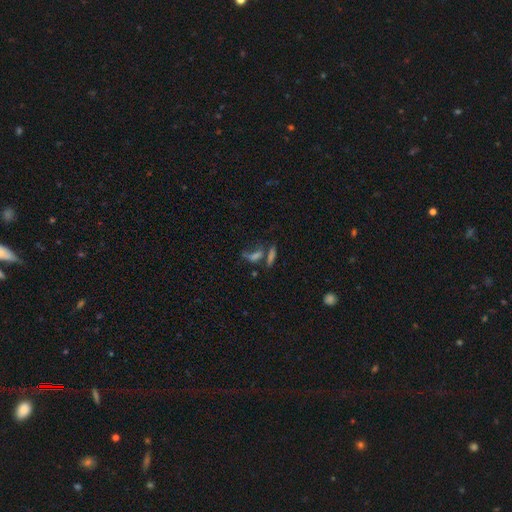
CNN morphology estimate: A smooth galaxy with no disk features (37%). Merging: none (43%).